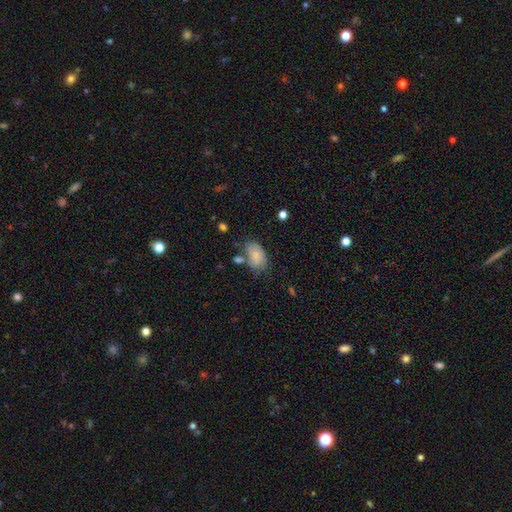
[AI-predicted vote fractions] This appears to be a smooth galaxy with no disk features (78%) that is in between round and cigar-shaped (89%). Merging: none (46%).